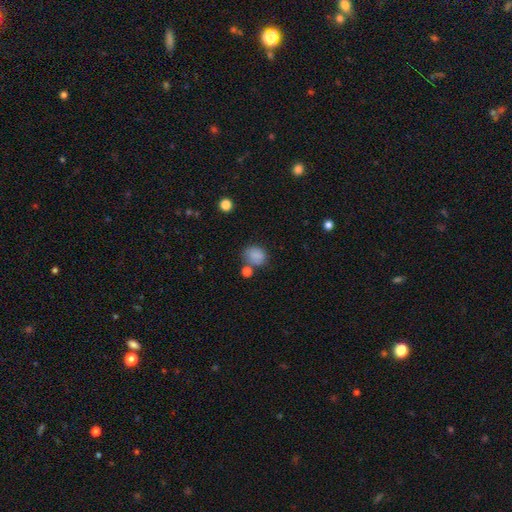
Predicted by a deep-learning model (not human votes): A smooth galaxy with no disk features (81%) that is round (58%). Merging: none (61%).